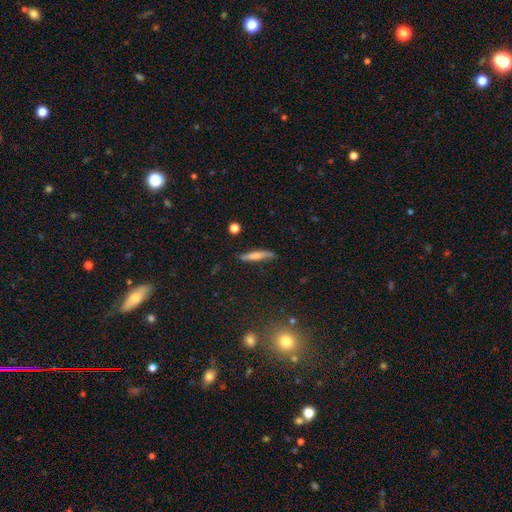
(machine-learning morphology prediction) type=smooth (62%); roundness=cigar-shaped (91%); merging=none (84%).